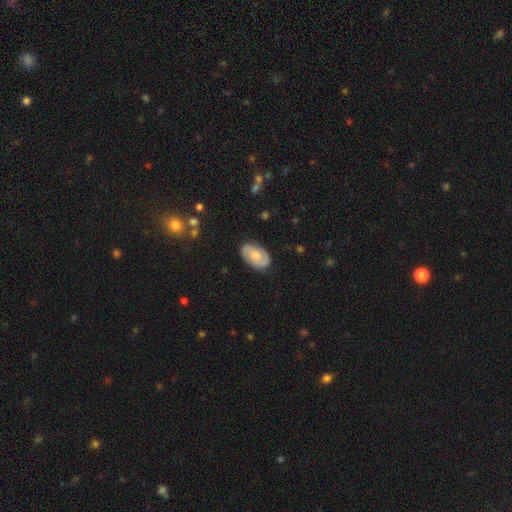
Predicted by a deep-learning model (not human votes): A featured or disk galaxy (49%). Merging: none (82%).